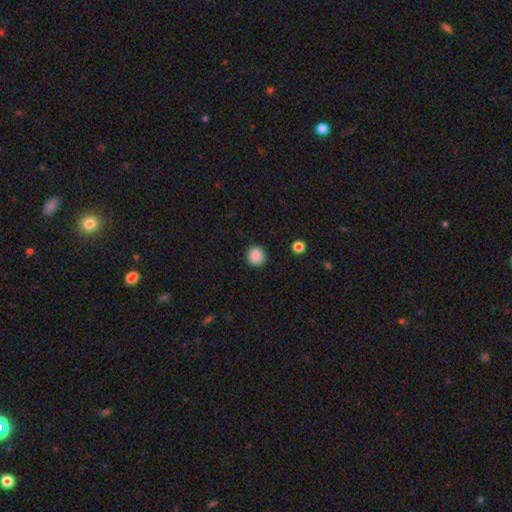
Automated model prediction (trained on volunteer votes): smooth-or-featured: smooth: 88% | star or artifact: 9% | featured or disk: 3%
  how-rounded: round: 87% | in between: 12% | cigar-shaped: 1%
  merging: none: 89% | minor disturbance: 8% | major disturbance: 2% | merger: 1%